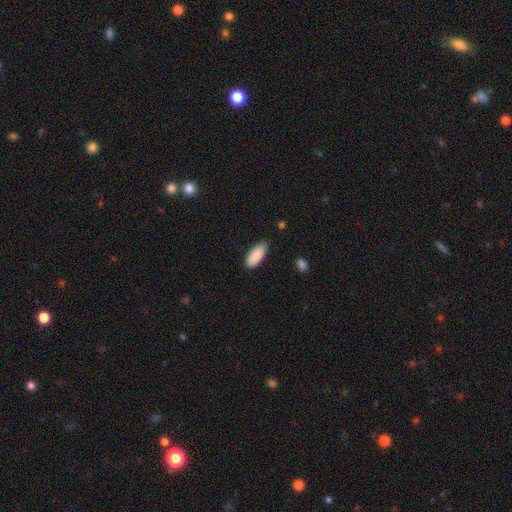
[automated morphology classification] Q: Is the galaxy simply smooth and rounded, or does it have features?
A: smooth — 89%.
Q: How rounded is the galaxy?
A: in between — 83%.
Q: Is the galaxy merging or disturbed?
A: none — 82%.